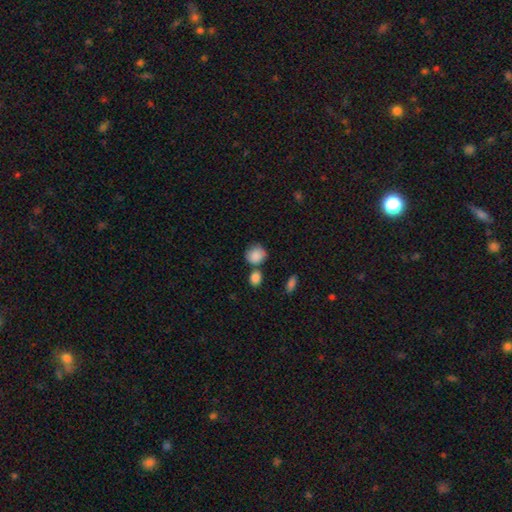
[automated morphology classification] A smooth galaxy with no disk features (87%) that is round (79%).

Vote fractions:
- Smooth or featured? smooth: 87% / star or artifact: 8% / featured or disk: 6%
- How rounded? round: 79% / in between: 19% / cigar-shaped: 1%
- Merging? none: 57% / merger: 21% / minor disturbance: 17% / major disturbance: 5%